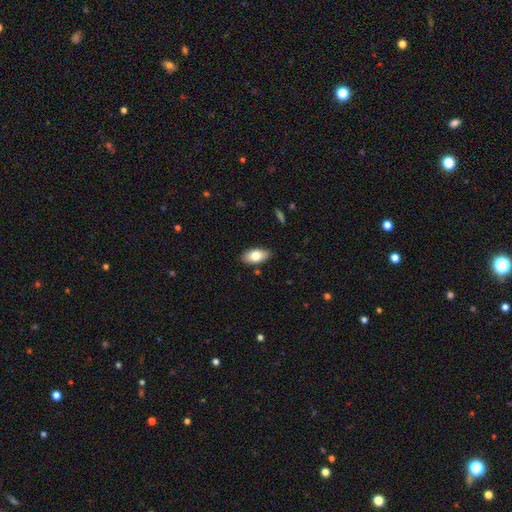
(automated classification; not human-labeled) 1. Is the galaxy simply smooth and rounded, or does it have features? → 77% smooth, 16% featured or disk, 7% star or artifact.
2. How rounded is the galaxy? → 92% in between, 5% cigar-shaped, 3% round.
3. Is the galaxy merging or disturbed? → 86% none, 10% minor disturbance, 2% major disturbance, 1% merger.